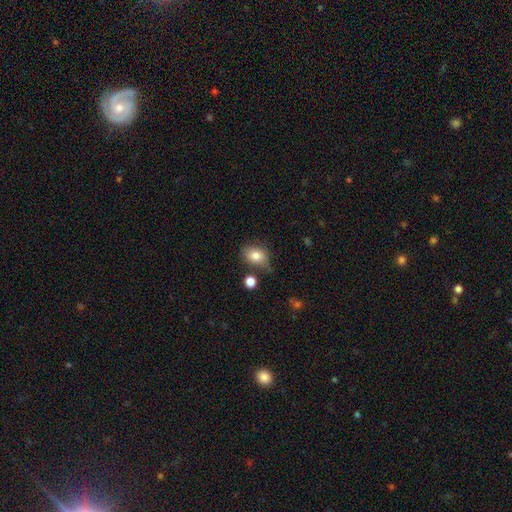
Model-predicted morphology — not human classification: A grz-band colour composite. It shows a smooth galaxy with no disk features (79%) that is in between round and cigar-shaped (68%). Merging: none (62%).